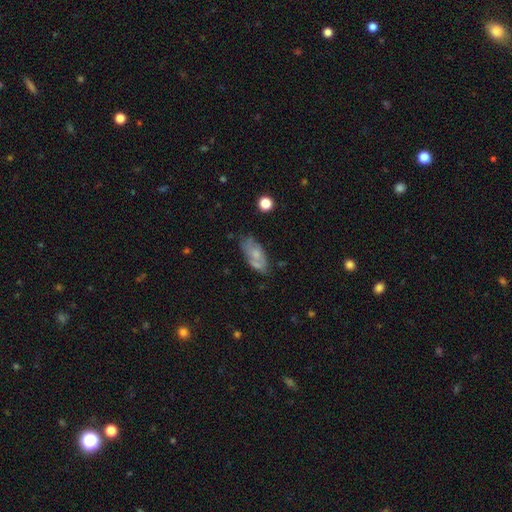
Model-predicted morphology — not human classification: Overall: smooth (46%; featured or disk 45%). Merging: none (60%; minor disturbance 25%).